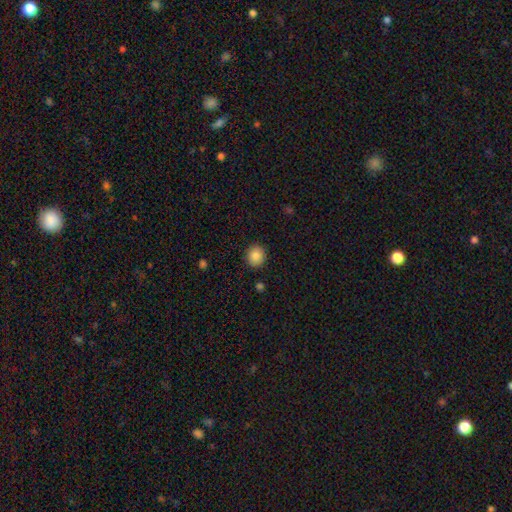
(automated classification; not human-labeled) Smooth or featured?
  - smooth: 86% *
  - star or artifact: 9%
  - featured or disk: 5%
How rounded?
  - round: 80% *
  - in between: 20%
  - cigar-shaped: 1%
Merging?
  - none: 90% *
  - minor disturbance: 7%
  - major disturbance: 2%
  - merger: 1%